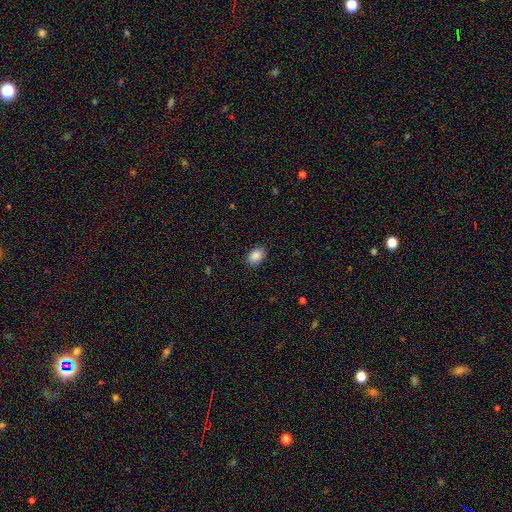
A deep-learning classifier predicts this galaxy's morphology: Smooth or featured? smooth (88%)
How rounded? in between (77%)
Merging? none (86%)